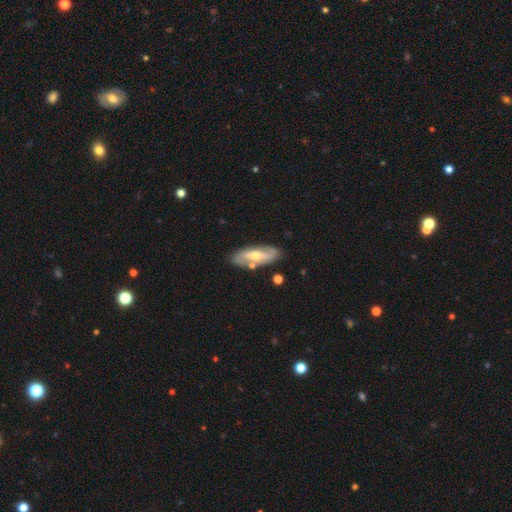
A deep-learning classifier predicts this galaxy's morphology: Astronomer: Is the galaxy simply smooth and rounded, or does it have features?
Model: featured or disk — 70%.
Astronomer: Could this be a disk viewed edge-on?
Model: no — 85%.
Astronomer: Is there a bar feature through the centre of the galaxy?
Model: weak — 35% (runner-up: no, 33%).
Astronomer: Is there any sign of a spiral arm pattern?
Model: yes — 82%.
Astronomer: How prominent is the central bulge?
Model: moderate — 53% (runner-up: small, 42%).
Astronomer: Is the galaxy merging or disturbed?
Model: none — 79%.